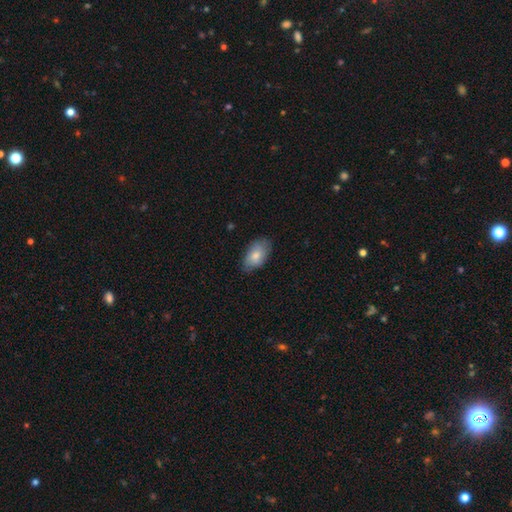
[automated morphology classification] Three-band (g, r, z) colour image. It shows a smooth galaxy with no disk features (79%) that is in between round and cigar-shaped (93%). Merging: none (74%).